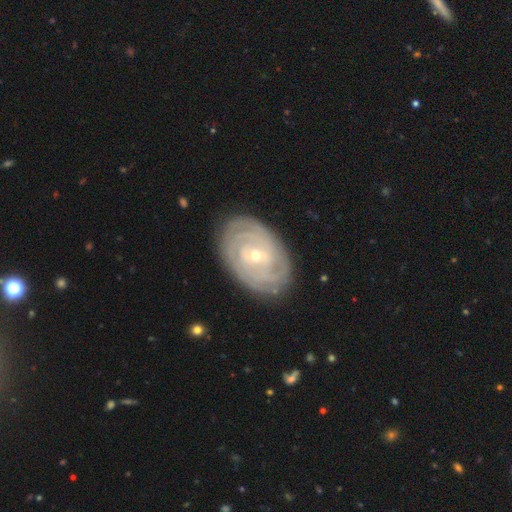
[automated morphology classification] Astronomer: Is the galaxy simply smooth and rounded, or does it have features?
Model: featured or disk — 85%.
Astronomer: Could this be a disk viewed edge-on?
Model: no — 96%.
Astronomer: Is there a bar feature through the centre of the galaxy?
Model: no — 59%.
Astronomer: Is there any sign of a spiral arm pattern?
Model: yes — 95%.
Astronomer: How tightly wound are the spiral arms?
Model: tight — 84%.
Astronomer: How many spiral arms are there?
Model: can't tell — 34% (runner-up: 3, 19%).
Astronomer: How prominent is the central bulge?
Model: small — 61%.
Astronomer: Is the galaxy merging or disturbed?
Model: none — 83%.